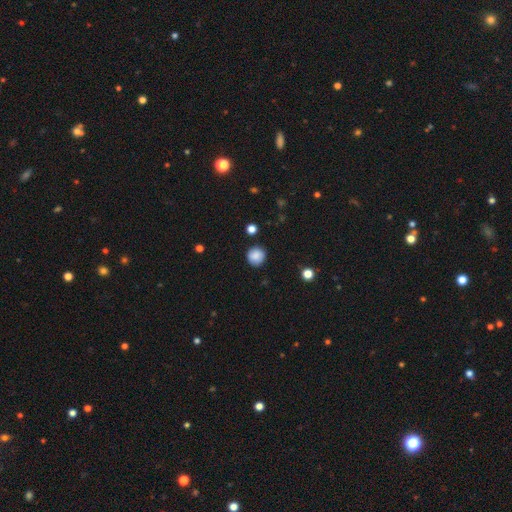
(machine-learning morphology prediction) This is clearly a smooth galaxy (85%). How rounded: clearly round (92%). Merging: clearly none (87%).